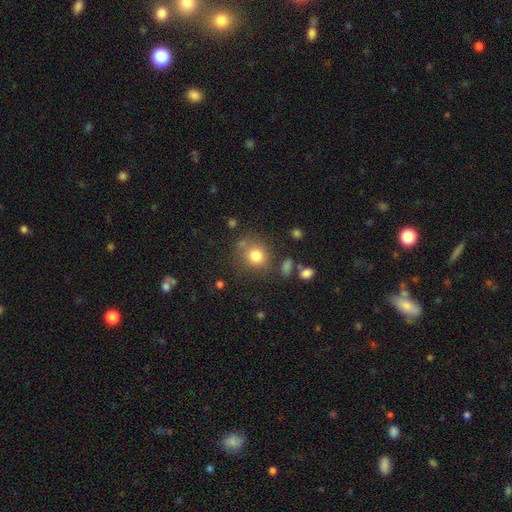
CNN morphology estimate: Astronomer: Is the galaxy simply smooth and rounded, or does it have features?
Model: smooth — 79%.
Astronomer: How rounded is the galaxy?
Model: round — 84%.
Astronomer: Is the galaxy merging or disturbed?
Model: none — 72%.